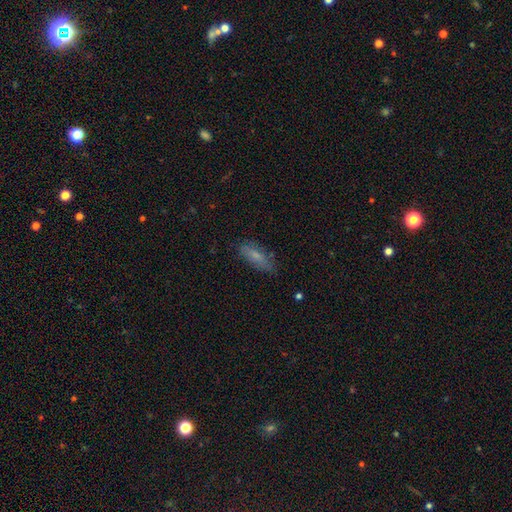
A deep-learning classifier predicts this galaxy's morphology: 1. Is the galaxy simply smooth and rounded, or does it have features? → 69% smooth, 22% featured or disk, 8% star or artifact.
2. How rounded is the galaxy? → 56% in between, 42% cigar-shaped, 2% round.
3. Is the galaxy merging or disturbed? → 74% none, 20% minor disturbance, 5% major disturbance, 2% merger.